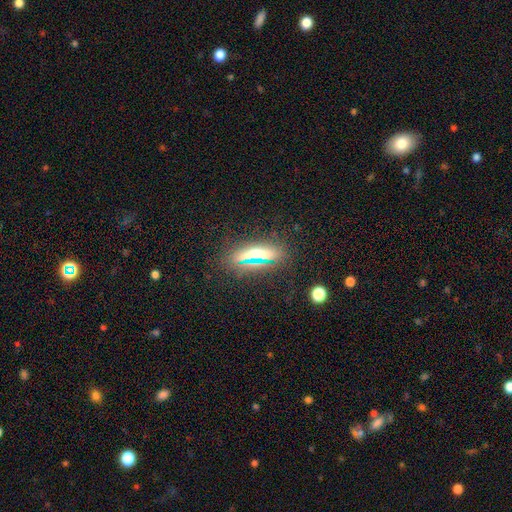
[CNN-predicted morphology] Smooth or featured: smooth — 54% (featured or disk — 28%)
How rounded: in between — 57% (cigar-shaped — 35%)
Merging: none — 83% (minor disturbance — 11%)